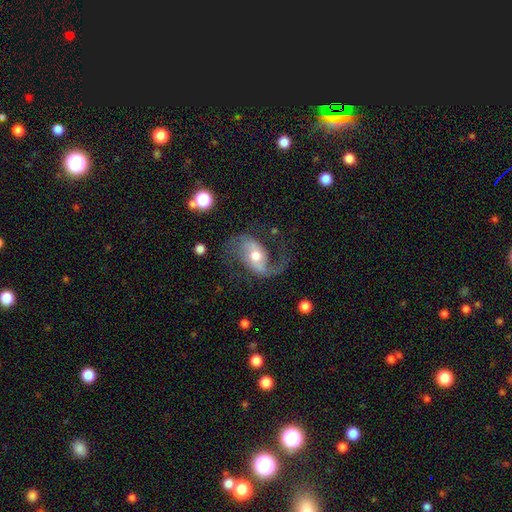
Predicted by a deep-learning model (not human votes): Q: Smooth or featured?
A: featured or disk (87%); runner-up: smooth (8%)
Q: Edge-on disk?
A: no (97%); runner-up: yes (3%)
Q: Bar?
A: weak (42%); runner-up: no (35%)
Q: Spiral arms?
A: yes (96%); runner-up: no (4%)
Q: Spiral winding?
A: loose (55%); runner-up: medium (38%)
Q: Spiral arm count?
A: 2 (87%); runner-up: 1 (8%)
Q: Bulge size?
A: moderate (70%); runner-up: small (19%)
Q: Merging?
A: none (65%); runner-up: major disturbance (17%)